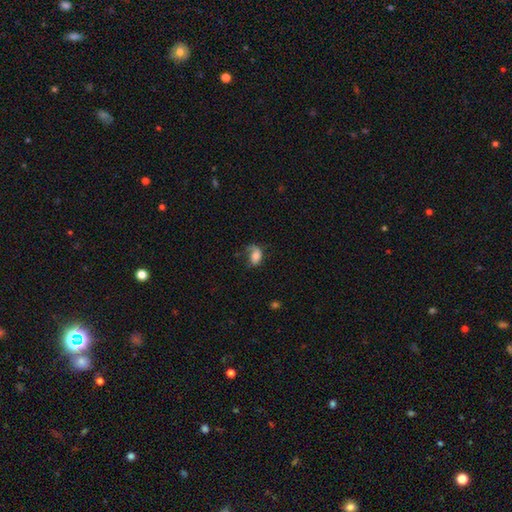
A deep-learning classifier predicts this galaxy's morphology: Smooth or featured?
  - smooth: 58% *
  - featured or disk: 33%
  - star or artifact: 9%
How rounded?
  - in between: 83% *
  - round: 15%
  - cigar-shaped: 2%
Merging?
  - none: 38% *
  - minor disturbance: 30%
  - major disturbance: 28%
  - merger: 3%